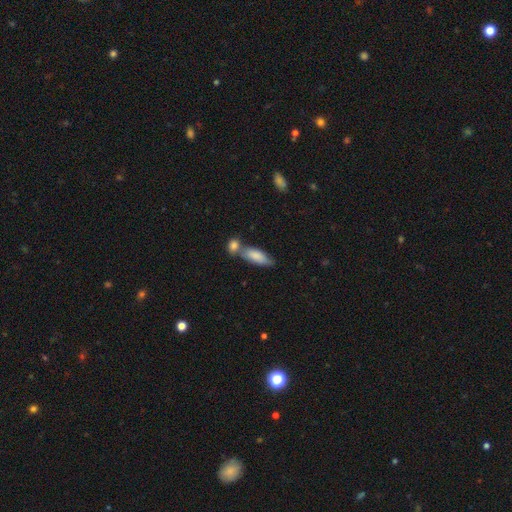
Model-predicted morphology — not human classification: Smooth or featured? Predicted: smooth (p=0.81). How rounded? Predicted: in between (p=0.73). Merging? Predicted: merger (p=0.43).